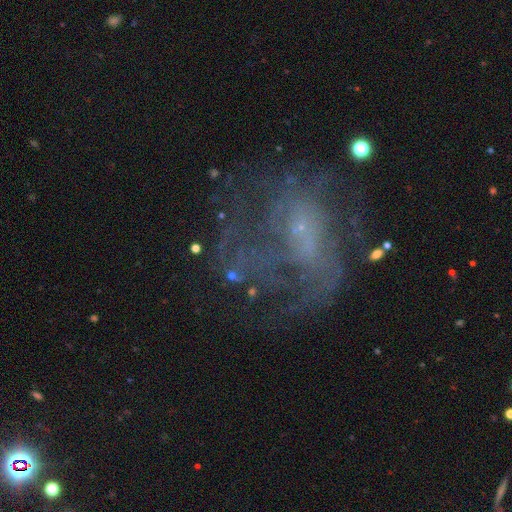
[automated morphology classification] featured or disk 68%, star or artifact 17%, smooth 14%. Down the decision tree: edge-on disk — no (97%); bar — no (71%); spiral arms — yes (57%); bulge size — small (61%); merging — none (44%).